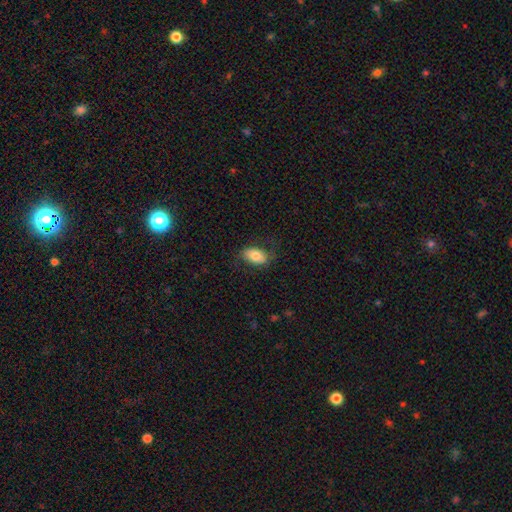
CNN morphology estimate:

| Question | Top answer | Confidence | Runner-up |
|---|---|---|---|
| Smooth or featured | smooth | 76% | featured or disk (17%) |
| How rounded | in between | 92% | round (6%) |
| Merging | none | 74% | minor disturbance (18%) |